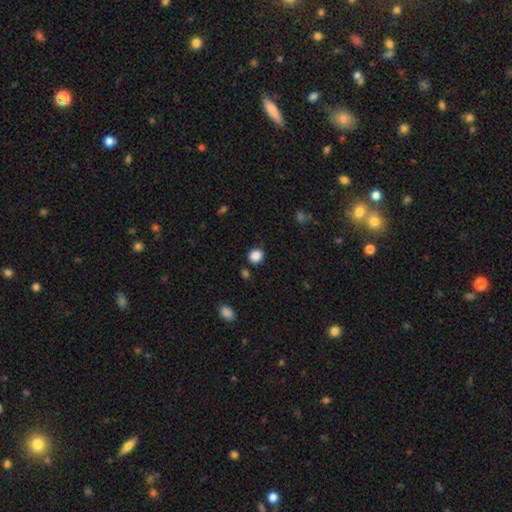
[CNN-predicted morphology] A smooth galaxy with no disk features (87%) that is round (79%).

Vote fractions:
- Smooth or featured? smooth: 87% / star or artifact: 10% / featured or disk: 3%
- How rounded? round: 79% / in between: 20% / cigar-shaped: 1%
- Merging? none: 84% / minor disturbance: 10% / merger: 3% / major disturbance: 3%